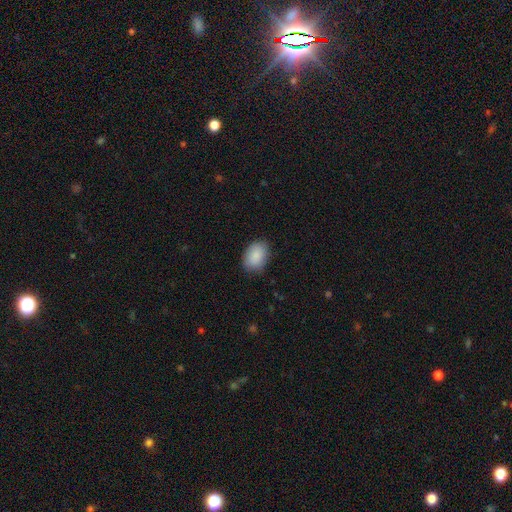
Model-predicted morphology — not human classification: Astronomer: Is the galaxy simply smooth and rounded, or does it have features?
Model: smooth — 90%.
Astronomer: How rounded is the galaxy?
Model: in between — 81%.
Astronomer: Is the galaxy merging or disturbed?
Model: none — 84%.